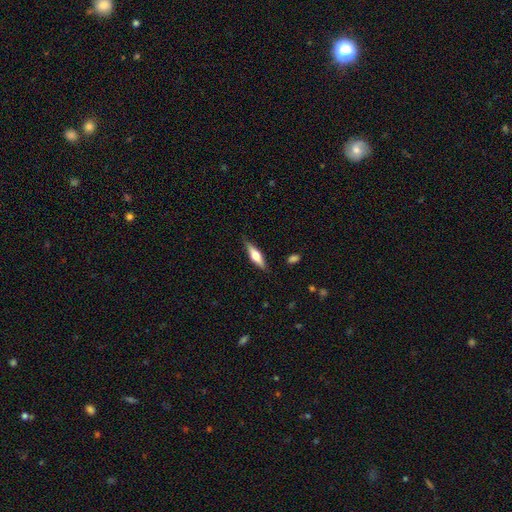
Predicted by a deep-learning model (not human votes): smooth-or-featured: featured or disk: 51% | smooth: 43% | star or artifact: 6%
  disk-edge-on: yes: 94% | no: 6%
  merging: none: 84% | minor disturbance: 12% | major disturbance: 2% | merger: 1%